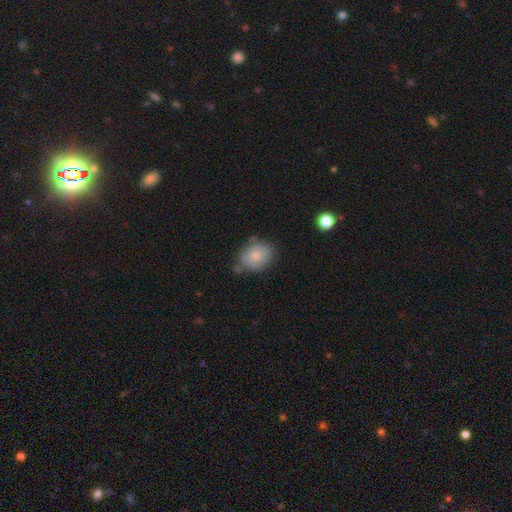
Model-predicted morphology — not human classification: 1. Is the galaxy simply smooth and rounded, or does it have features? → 79% smooth, 13% featured or disk, 8% star or artifact.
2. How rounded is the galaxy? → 55% round, 44% in between, 1% cigar-shaped.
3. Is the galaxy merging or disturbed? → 64% none, 23% minor disturbance, 7% merger, 5% major disturbance.